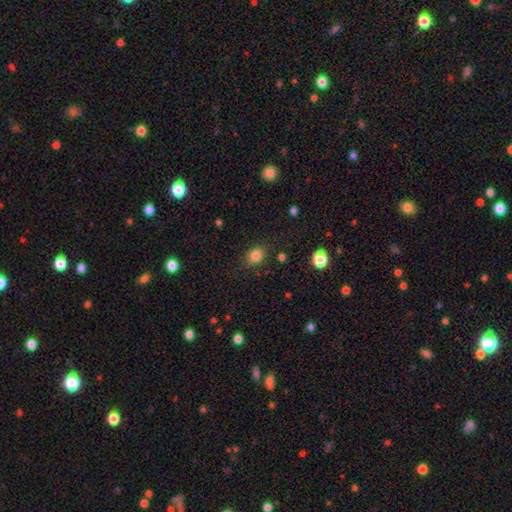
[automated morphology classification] Smooth or featured? Predicted: smooth (p=0.82). How rounded? Predicted: round (p=0.62). Merging? Predicted: none (p=0.81).